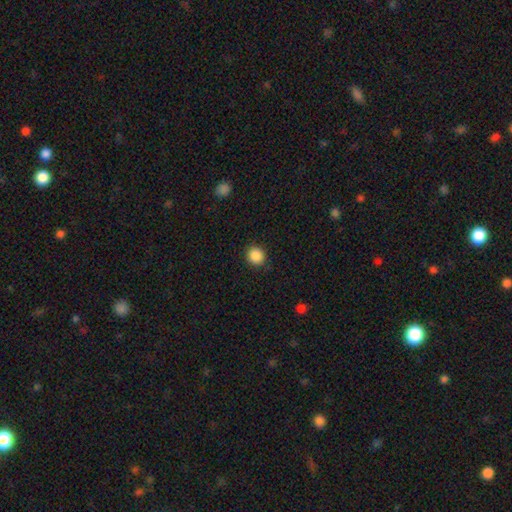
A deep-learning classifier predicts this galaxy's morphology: smooth 88%, star or artifact 9%, featured or disk 3%. Down the decision tree: how rounded — round (87%); merging — none (90%).